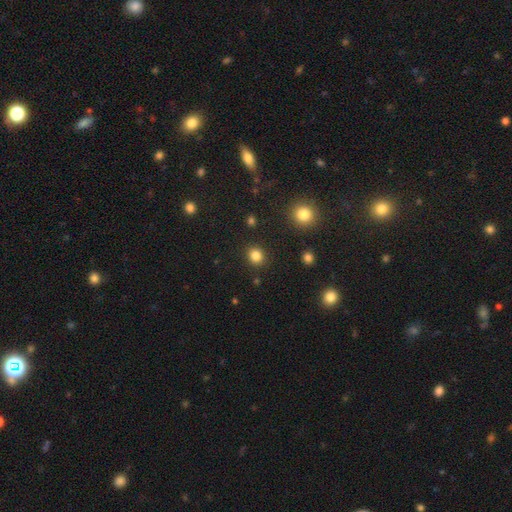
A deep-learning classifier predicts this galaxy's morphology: Smooth or featured? smooth (83%)
How rounded? round (80%)
Merging? none (90%)